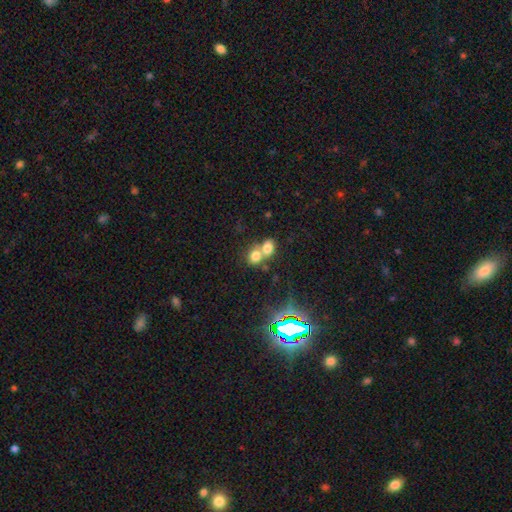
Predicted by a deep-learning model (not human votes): smooth-or-featured: smooth: 71% | star or artifact: 16% | featured or disk: 13%
  how-rounded: round: 61% | in between: 38% | cigar-shaped: 1%
  merging: merger: 63% | none: 28% | minor disturbance: 6% | major disturbance: 3%